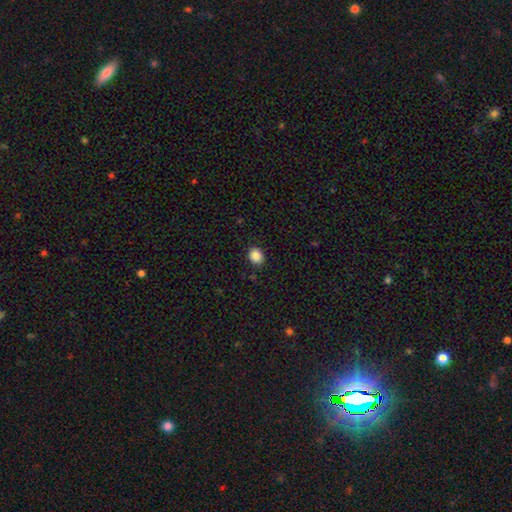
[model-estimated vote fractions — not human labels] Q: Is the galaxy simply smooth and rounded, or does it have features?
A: smooth — 87%.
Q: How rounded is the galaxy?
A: round — 61%.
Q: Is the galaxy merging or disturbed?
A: none — 89%.